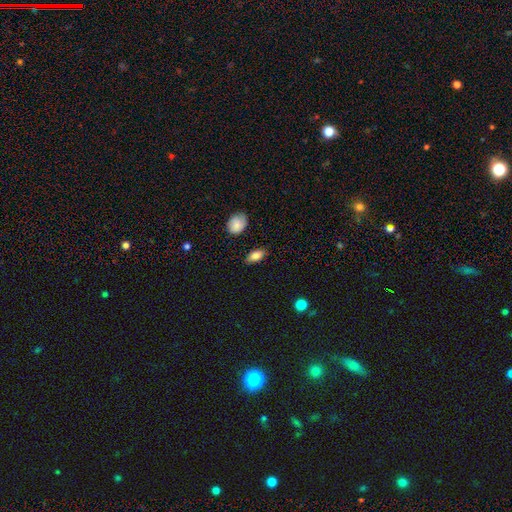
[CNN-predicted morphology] Smooth or featured? smooth (83%)
How rounded? in between (89%)
Merging? none (84%)